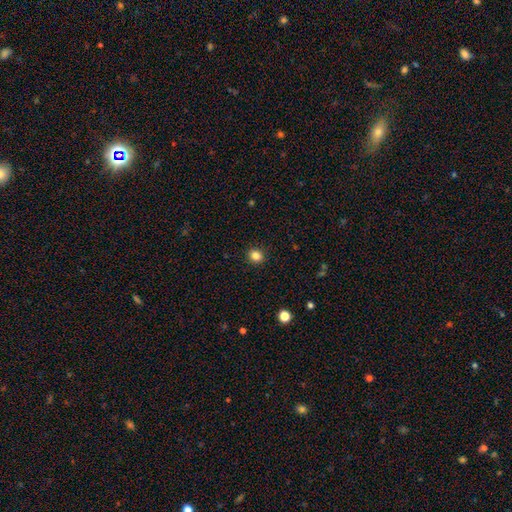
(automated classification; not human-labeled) Smooth or featured? Predicted: smooth (p=0.84). How rounded? Predicted: round (p=0.81). Merging? Predicted: none (p=0.92).